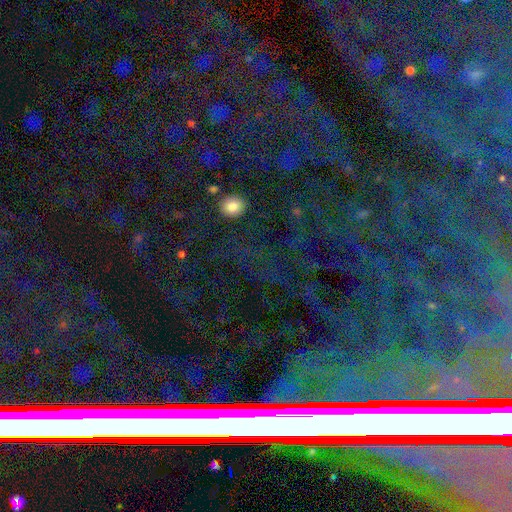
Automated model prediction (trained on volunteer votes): The model was most divided on "smooth or featured": star or artifact: 78%, featured or disk: 13%, smooth: 9%.